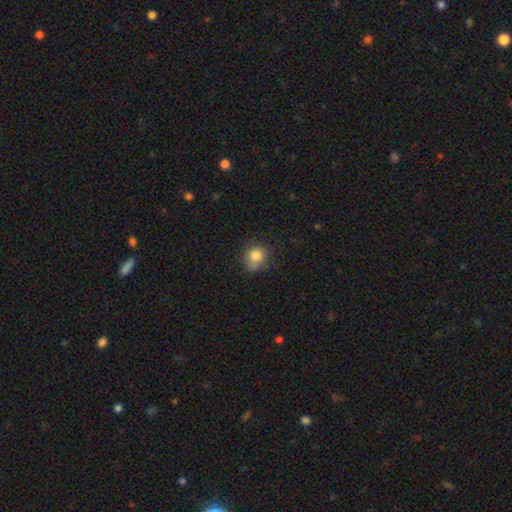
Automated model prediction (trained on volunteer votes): smooth_or_featured: smooth (p=0.81) [alt: star or artifact p=0.10]
how_rounded: round (p=0.74) [alt: in between p=0.25]
merging: none (p=0.60) [alt: minor disturbance p=0.28]